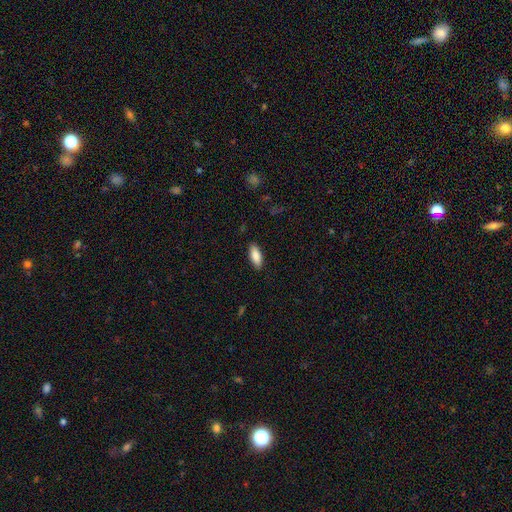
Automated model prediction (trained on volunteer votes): This is clearly a smooth galaxy (87%). How rounded: likely in between (77%). Merging: clearly none (89%).